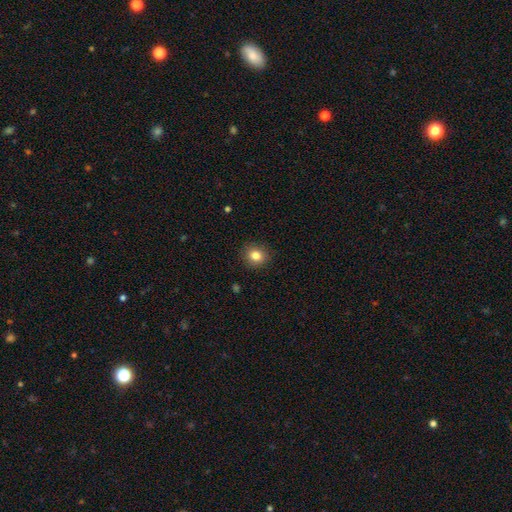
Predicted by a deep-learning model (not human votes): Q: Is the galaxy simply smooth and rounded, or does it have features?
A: smooth — 83%.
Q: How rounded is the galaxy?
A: round — 80%.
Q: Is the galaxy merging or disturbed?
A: none — 90%.